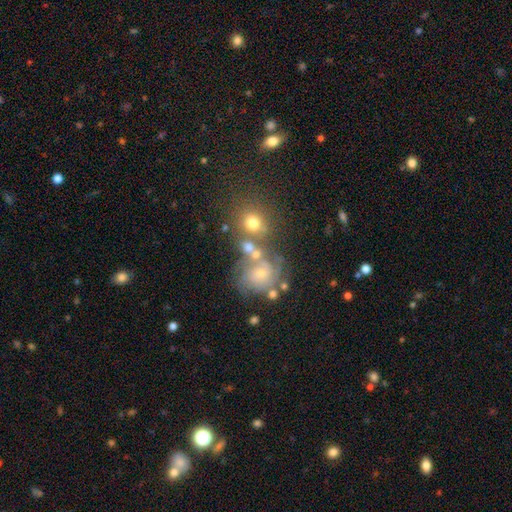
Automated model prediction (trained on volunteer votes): Morphology: type=smooth (41%); merging=merger (43%).